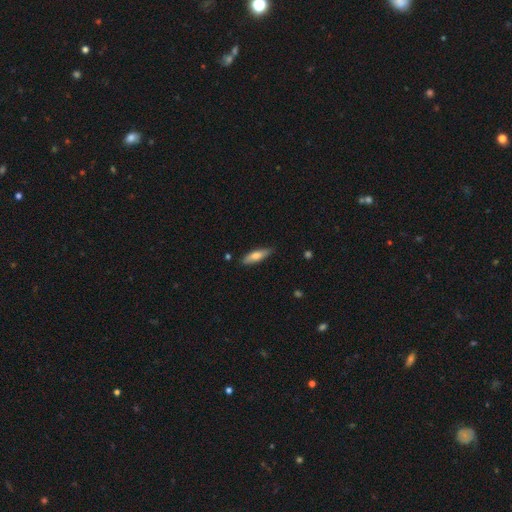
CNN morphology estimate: smooth-or-featured: smooth: 69% | featured or disk: 25% | star or artifact: 6%
  how-rounded: cigar-shaped: 57% | in between: 41% | round: 2%
  merging: none: 83% | minor disturbance: 14% | major disturbance: 2% | merger: 1%